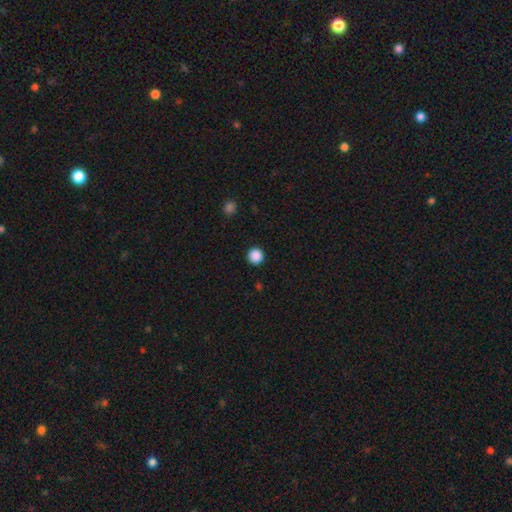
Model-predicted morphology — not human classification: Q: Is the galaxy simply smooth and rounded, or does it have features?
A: smooth — 88%.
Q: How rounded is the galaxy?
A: round — 95%.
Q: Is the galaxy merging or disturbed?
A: none — 93%.